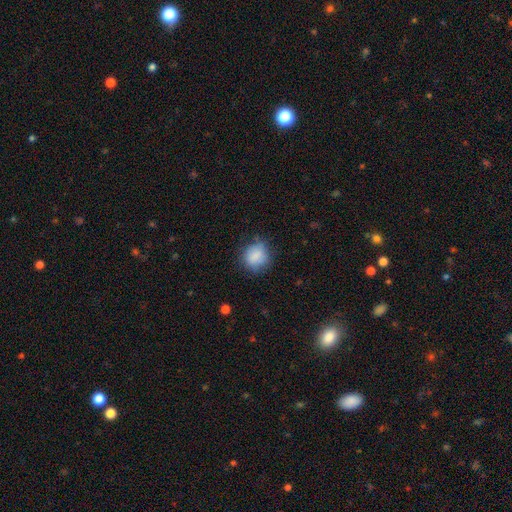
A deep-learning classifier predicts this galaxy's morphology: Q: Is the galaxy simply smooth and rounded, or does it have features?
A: smooth — 84%.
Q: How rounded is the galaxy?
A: round — 77%.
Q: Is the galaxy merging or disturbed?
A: none — 73%.